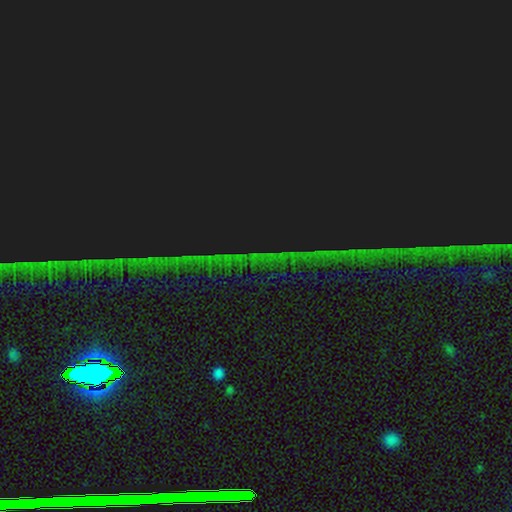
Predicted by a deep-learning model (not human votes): Smooth or featured? star or artifact (88%)